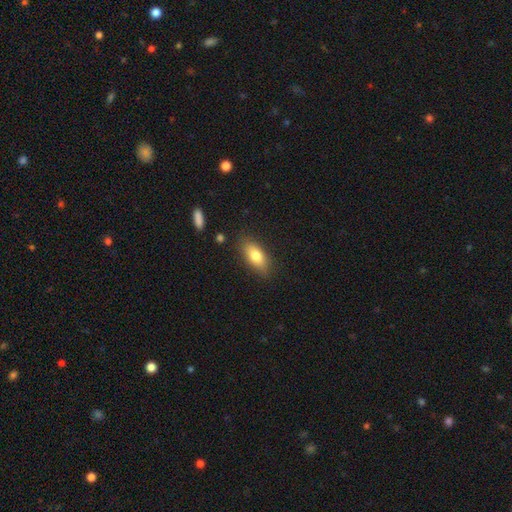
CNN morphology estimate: Q: Smooth or featured?
A: smooth (78%); runner-up: featured or disk (15%)
Q: How rounded?
A: in between (83%); runner-up: cigar-shaped (13%)
Q: Merging?
A: none (83%); runner-up: minor disturbance (12%)